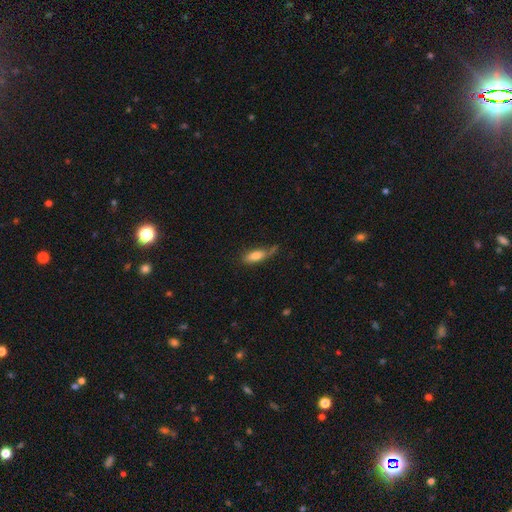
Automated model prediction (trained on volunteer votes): This appears to be a smooth galaxy with no disk features (76%) that is in between round and cigar-shaped (68%). Merging: none (49%).